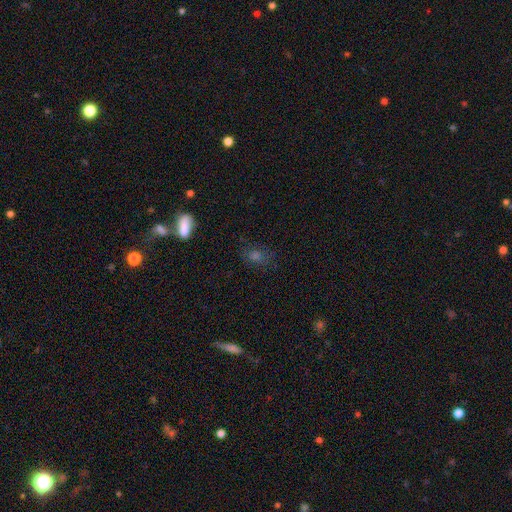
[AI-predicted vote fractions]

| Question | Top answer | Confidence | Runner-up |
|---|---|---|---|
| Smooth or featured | smooth | 62% | star or artifact (22%) |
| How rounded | in between | 56% | round (39%) |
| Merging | none | 73% | minor disturbance (16%) |